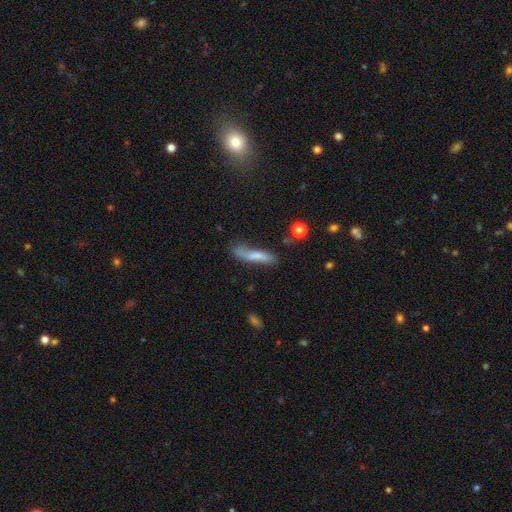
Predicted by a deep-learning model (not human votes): Smooth or featured: smooth — 58% (featured or disk — 34%)
How rounded: cigar-shaped — 79% (in between — 19%)
Merging: none — 50% (minor disturbance — 28%)